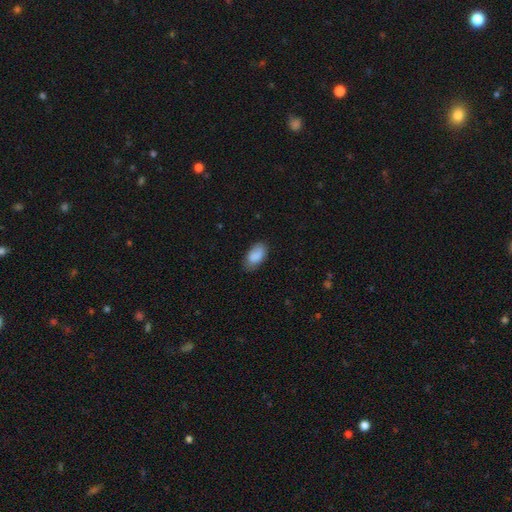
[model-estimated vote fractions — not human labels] smooth-or-featured: smooth: 87% | star or artifact: 7% | featured or disk: 6%
  how-rounded: in between: 94% | round: 4% | cigar-shaped: 2%
  merging: none: 73% | minor disturbance: 22% | major disturbance: 4% | merger: 1%